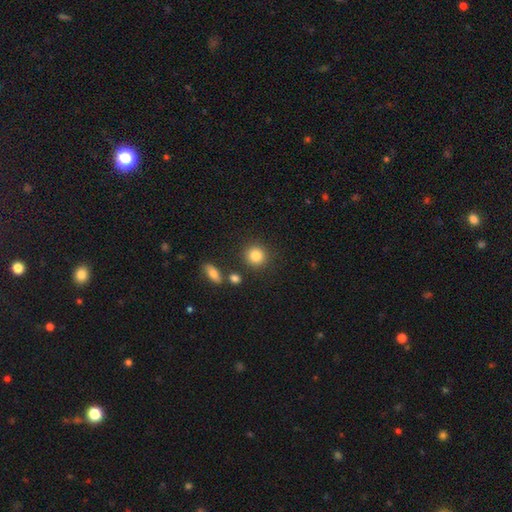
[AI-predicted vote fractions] Smooth or featured? smooth (85%)
How rounded? round (88%)
Merging? none (84%)